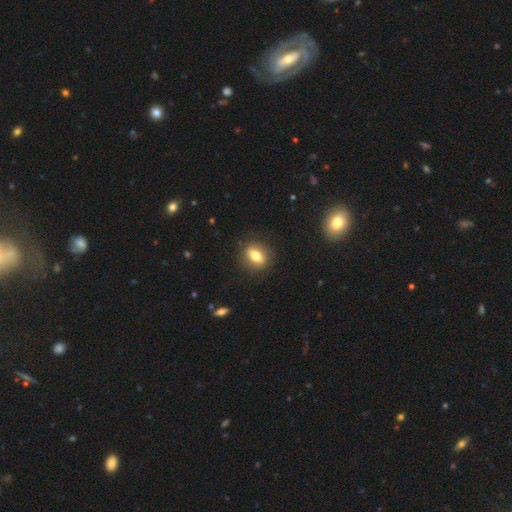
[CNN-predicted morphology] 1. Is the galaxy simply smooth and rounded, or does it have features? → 68% smooth, 23% featured or disk, 9% star or artifact.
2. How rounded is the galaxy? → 62% in between, 33% round, 5% cigar-shaped.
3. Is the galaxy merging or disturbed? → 86% none, 10% minor disturbance, 3% major disturbance, 1% merger.